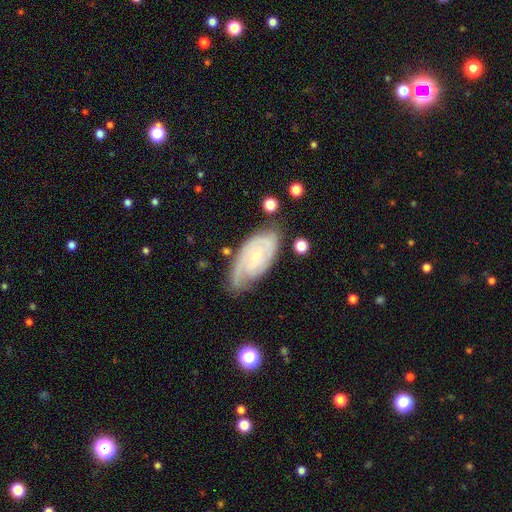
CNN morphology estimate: type=featured or disk (75%); edge-on=no (94%); bar=no (67%); spiral arms=yes (93%); winding=tight (61%); arm count=2 (44%); bulge=small (74%); merging=none (63%).